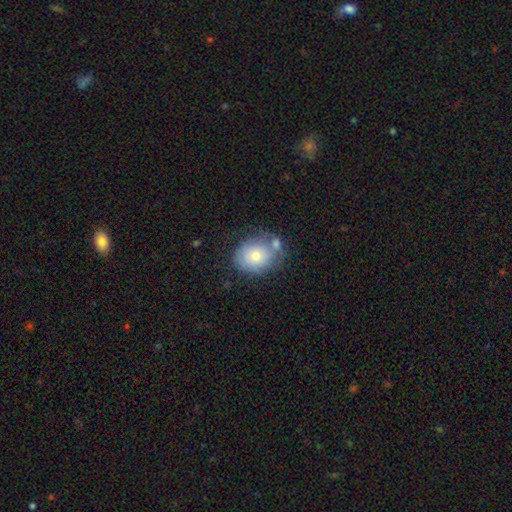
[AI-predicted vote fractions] The model was most divided on "how rounded": round: 56%, in between: 43%, cigar-shaped: 1%. More confident: smooth or featured — smooth (72%); merging — none (53%).